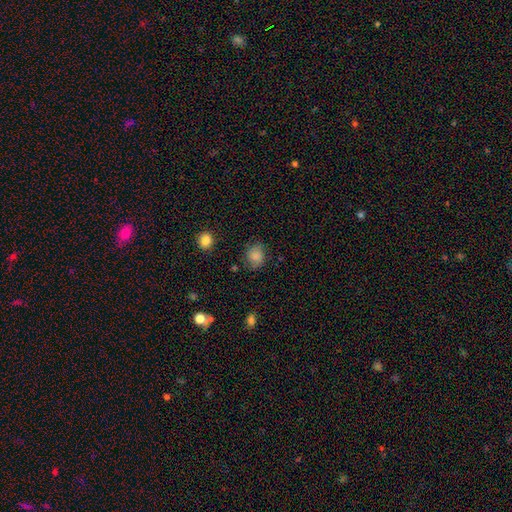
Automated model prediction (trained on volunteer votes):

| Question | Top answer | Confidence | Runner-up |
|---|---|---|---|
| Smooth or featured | smooth | 82% | star or artifact (10%) |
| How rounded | round | 67% | in between (32%) |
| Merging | none | 75% | minor disturbance (18%) |